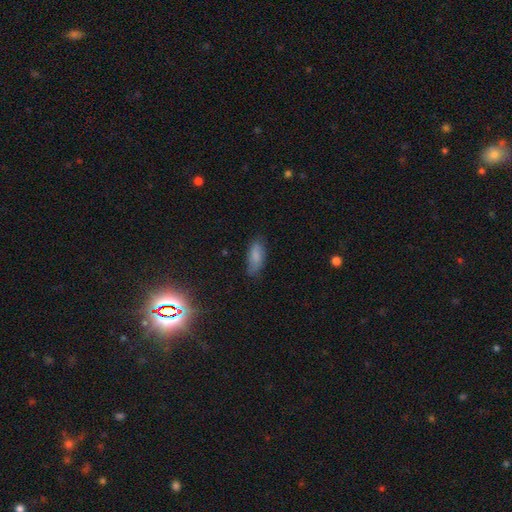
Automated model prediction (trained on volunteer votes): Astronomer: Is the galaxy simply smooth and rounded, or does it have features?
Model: smooth — 82%.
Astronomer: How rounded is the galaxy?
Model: in between — 82%.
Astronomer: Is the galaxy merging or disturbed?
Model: none — 74%.